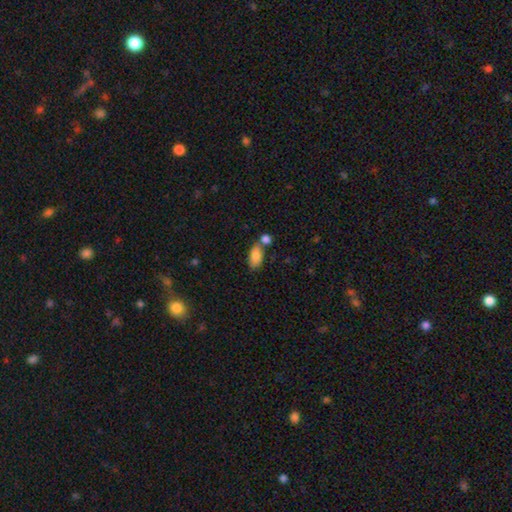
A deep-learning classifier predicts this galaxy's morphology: Smooth or featured: smooth — 81% (featured or disk — 11%)
How rounded: in between — 91% (round — 5%)
Merging: none — 47% (merger — 31%)